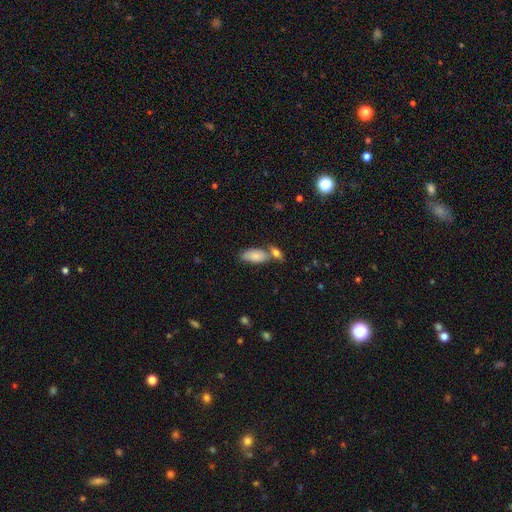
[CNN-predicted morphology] Smooth or featured? smooth (83%)
How rounded? in between (89%)
Merging? none (48%)